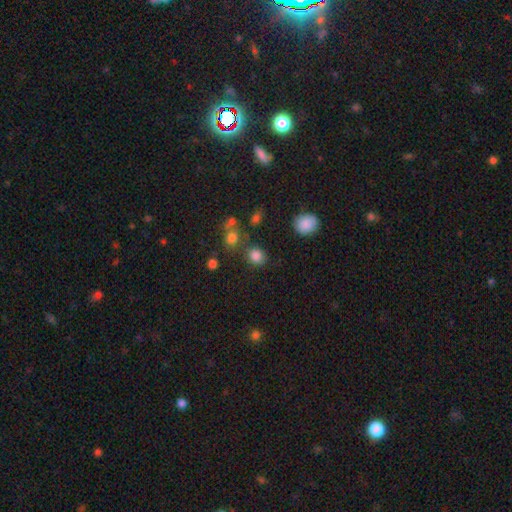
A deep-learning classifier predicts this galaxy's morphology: Overall: smooth (82%). How rounded: round (75%). Merging: none (75%).